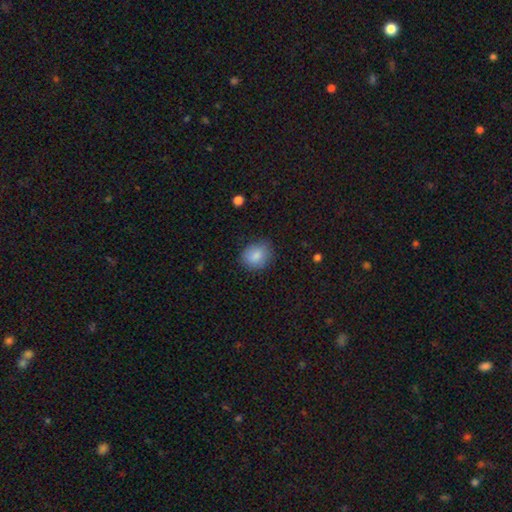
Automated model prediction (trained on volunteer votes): This is clearly a smooth galaxy (86%). How rounded: likely round (61%). Merging: likely none (78%).